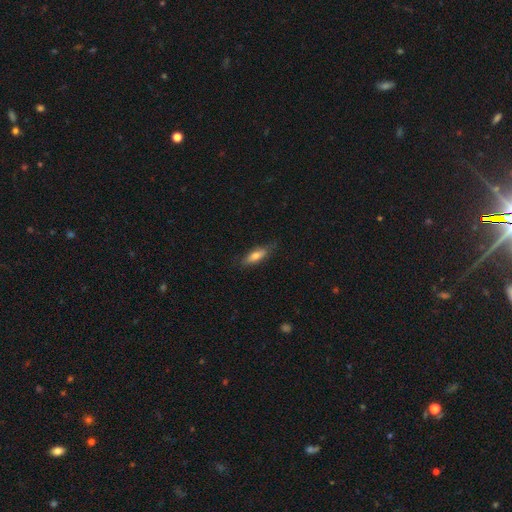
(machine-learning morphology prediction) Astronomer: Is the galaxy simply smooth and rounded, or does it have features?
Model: smooth — 67%.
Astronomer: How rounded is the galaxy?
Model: in between — 49% (runner-up: cigar-shaped, 48%).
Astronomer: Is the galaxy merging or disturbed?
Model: none — 76%.